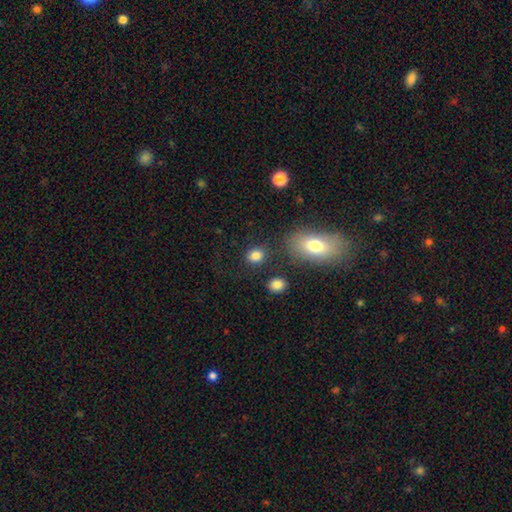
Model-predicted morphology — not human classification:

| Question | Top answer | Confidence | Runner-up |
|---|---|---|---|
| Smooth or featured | smooth | 84% | star or artifact (10%) |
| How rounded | round | 57% | in between (42%) |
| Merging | none | 80% | minor disturbance (10%) |